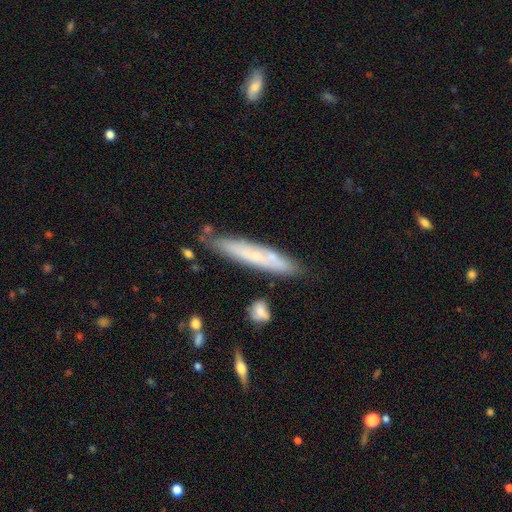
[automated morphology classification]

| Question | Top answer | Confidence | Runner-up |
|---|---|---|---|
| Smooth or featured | smooth | 49% | featured or disk (44%) |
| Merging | none | 77% | minor disturbance (16%) |